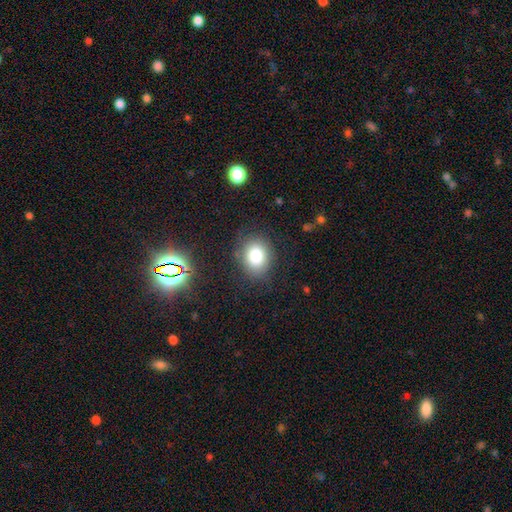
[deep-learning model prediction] smooth-or-featured: smooth: 82% | star or artifact: 11% | featured or disk: 7%
  how-rounded: round: 51% | in between: 49% | cigar-shaped: 1%
  merging: none: 80% | minor disturbance: 13% | major disturbance: 5% | merger: 2%